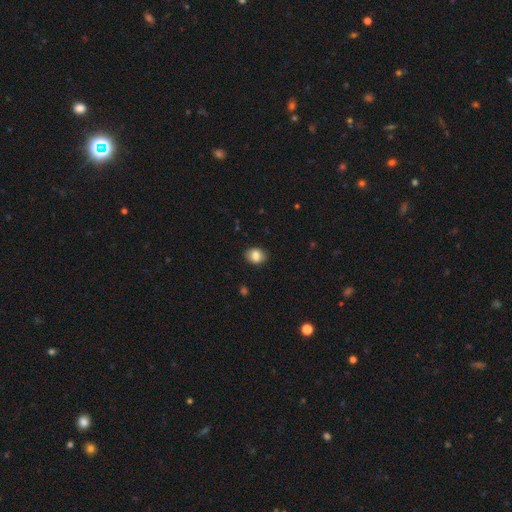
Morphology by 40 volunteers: Smooth or featured? smooth (82%)
How rounded? in between (67%)
Merging? none (73%)